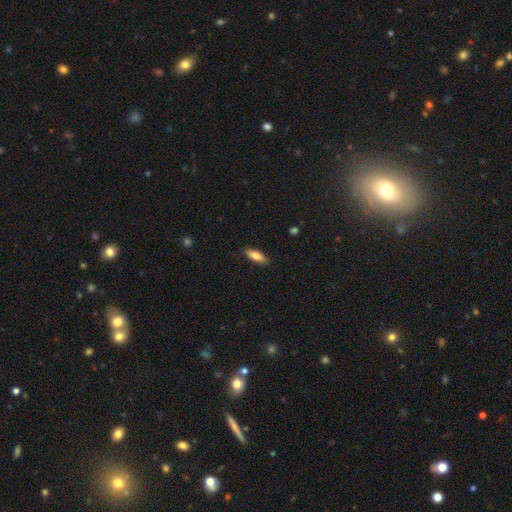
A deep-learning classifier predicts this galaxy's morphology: A smooth galaxy with no disk features (83%) that is in between round and cigar-shaped (60%). Merging: none (88%).